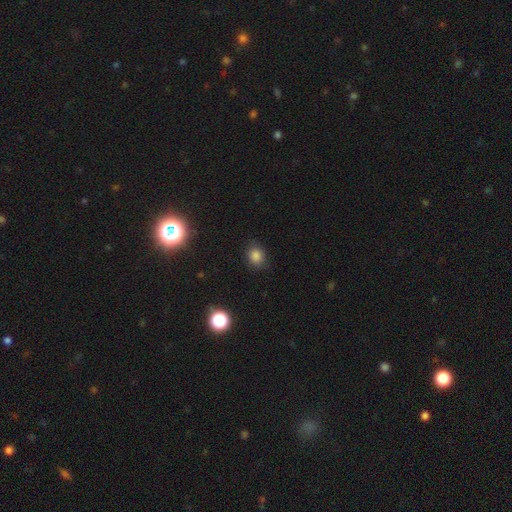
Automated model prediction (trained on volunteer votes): smooth-or-featured: smooth: 81% | star or artifact: 14% | featured or disk: 5%
  how-rounded: round: 66% | in between: 33% | cigar-shaped: 1%
  merging: none: 82% | minor disturbance: 13% | major disturbance: 3% | merger: 1%